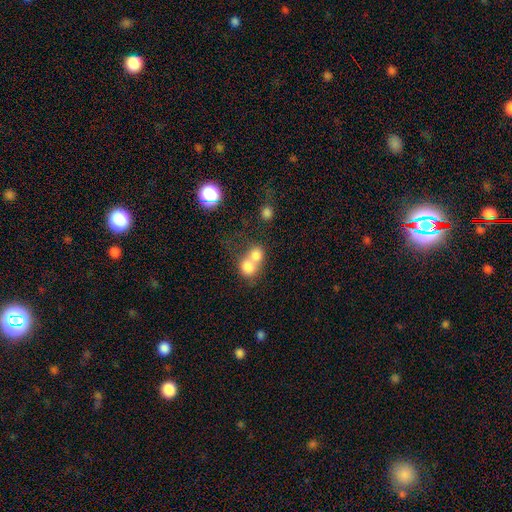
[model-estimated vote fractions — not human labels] A smooth galaxy with no disk features (74%) that is round (67%).

Vote fractions:
- Smooth or featured? smooth: 74% / featured or disk: 15% / star or artifact: 11%
- How rounded? round: 67% / in between: 31% / cigar-shaped: 1%
- Merging? merger: 70% / none: 21% / minor disturbance: 5% / major disturbance: 4%